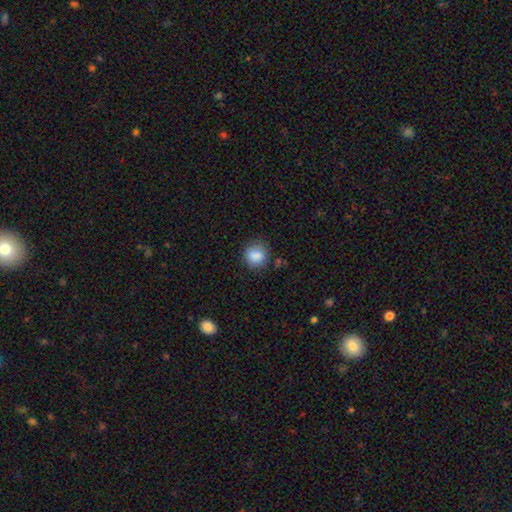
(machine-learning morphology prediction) smooth_or_featured: smooth (p=0.85) [alt: star or artifact p=0.09]
how_rounded: round (p=0.78) [alt: in between p=0.21]
merging: none (p=0.77) [alt: minor disturbance p=0.16]